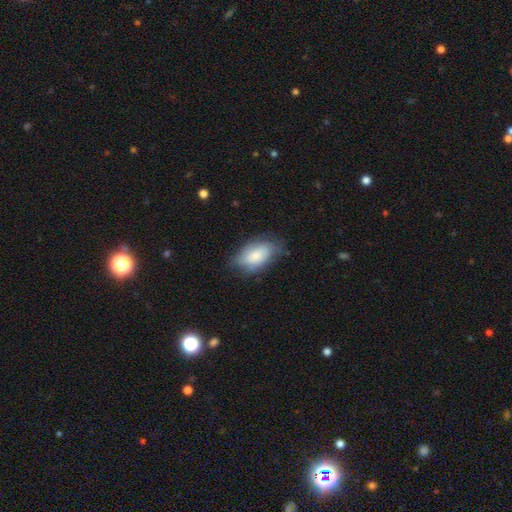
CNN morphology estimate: smooth 77%, featured or disk 17%, star or artifact 7%. Down the decision tree: how rounded — in between (93%); merging — none (59%).